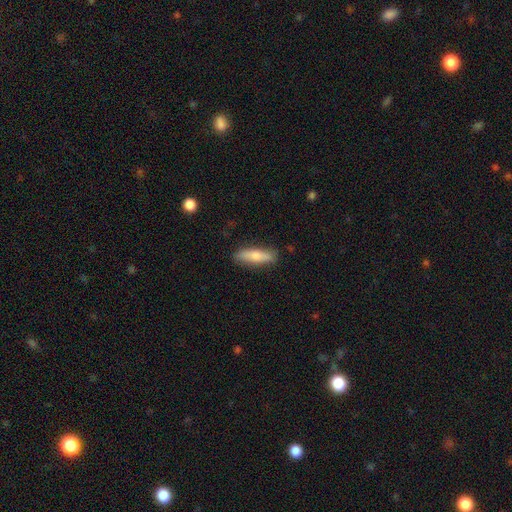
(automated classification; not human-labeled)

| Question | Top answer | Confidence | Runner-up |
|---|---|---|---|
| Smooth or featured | smooth | 74% | featured or disk (20%) |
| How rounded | cigar-shaped | 69% | in between (29%) |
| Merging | none | 85% | minor disturbance (11%) |